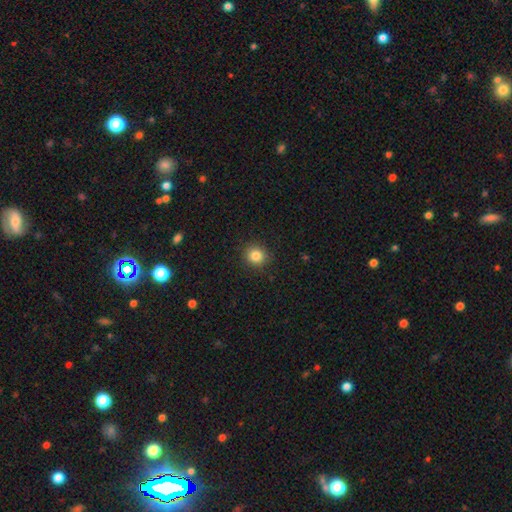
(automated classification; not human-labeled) This is clearly a smooth galaxy (84%). How rounded: clearly round (88%). Merging: clearly none (90%).